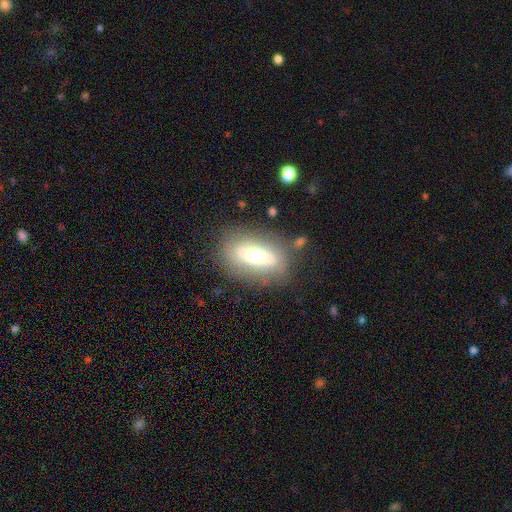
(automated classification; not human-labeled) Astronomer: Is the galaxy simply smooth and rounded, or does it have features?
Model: smooth — 48% (runner-up: featured or disk, 43%).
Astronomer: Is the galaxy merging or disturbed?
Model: none — 76%.